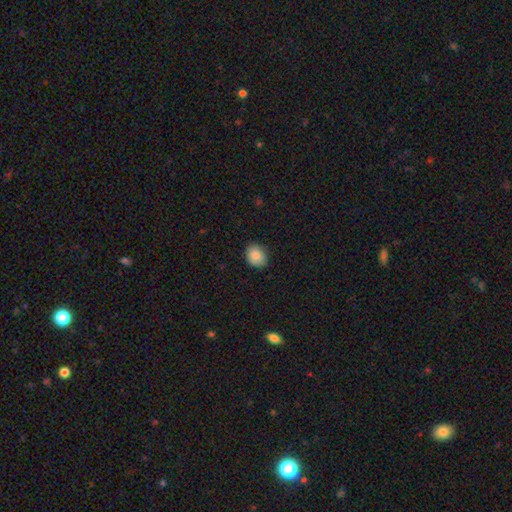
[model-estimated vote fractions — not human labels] This appears to be a smooth galaxy with no disk features (87%) that is round (56%). Merging: none (83%).